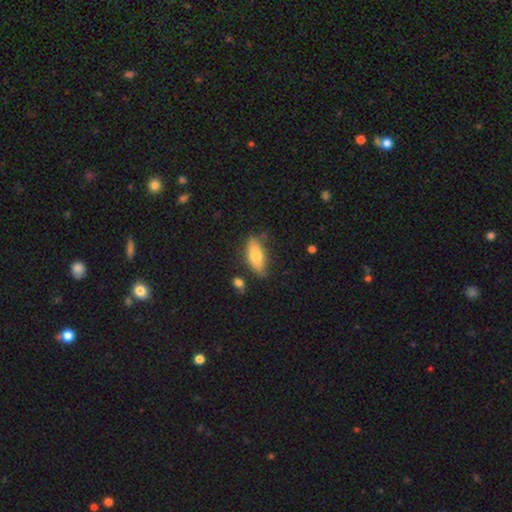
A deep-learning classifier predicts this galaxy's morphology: Smooth or featured? smooth (74%)
How rounded? in between (81%)
Merging? none (68%)